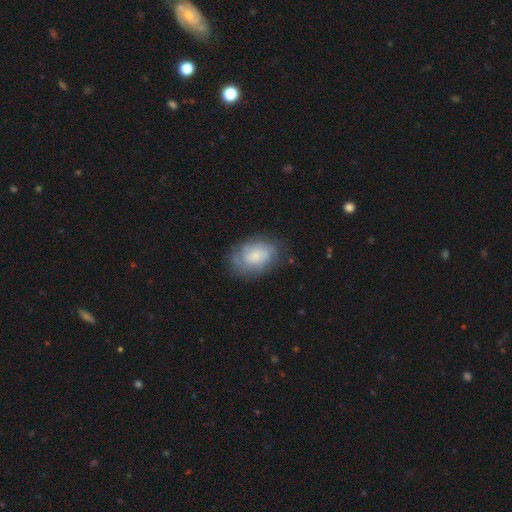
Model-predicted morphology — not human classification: This appears to be a smooth galaxy with no disk features (55%) that is in between round and cigar-shaped (85%). Merging: none (69%).